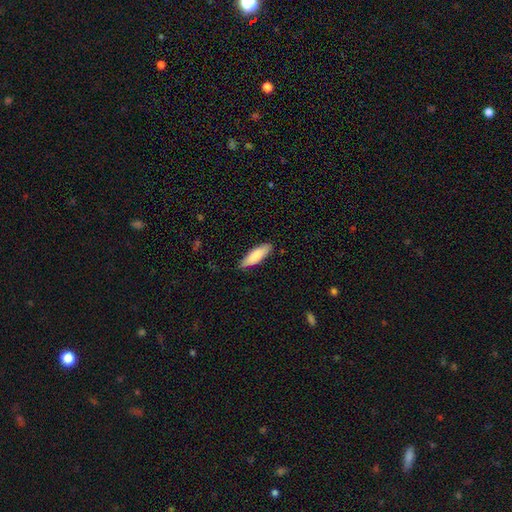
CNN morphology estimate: smooth-or-featured: smooth: 82% | featured or disk: 13% | star or artifact: 5%
  how-rounded: cigar-shaped: 51% | in between: 47% | round: 1%
  merging: none: 85% | minor disturbance: 12% | major disturbance: 2% | merger: 1%